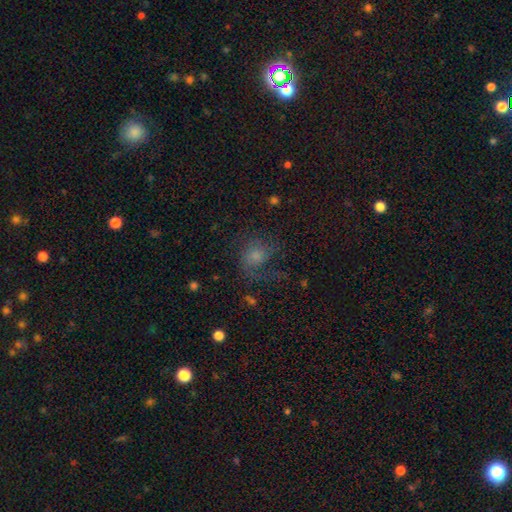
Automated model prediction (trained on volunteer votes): A smooth galaxy with no disk features (45%). Merging: none (46%).